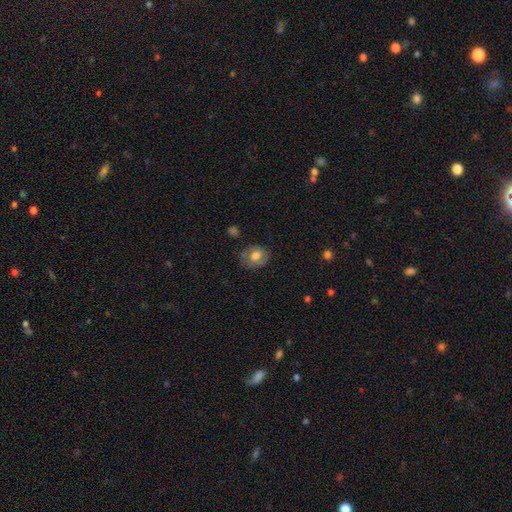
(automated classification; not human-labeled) Overall: smooth (67%). How rounded: round (57%; in between 42%). Merging: none (76%).